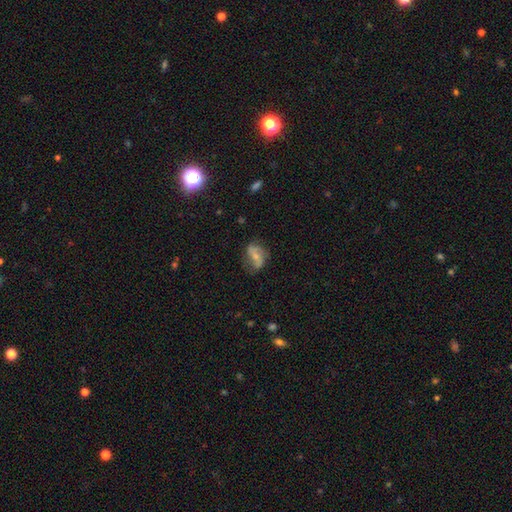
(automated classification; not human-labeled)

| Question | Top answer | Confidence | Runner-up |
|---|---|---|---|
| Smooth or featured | featured or disk | 58% | smooth (34%) |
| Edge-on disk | no | 95% | yes (5%) |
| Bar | no | 38% | weak (36%) |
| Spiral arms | yes | 82% | no (18%) |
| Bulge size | small | 54% | moderate (34%) |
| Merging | none | 58% | minor disturbance (26%) |